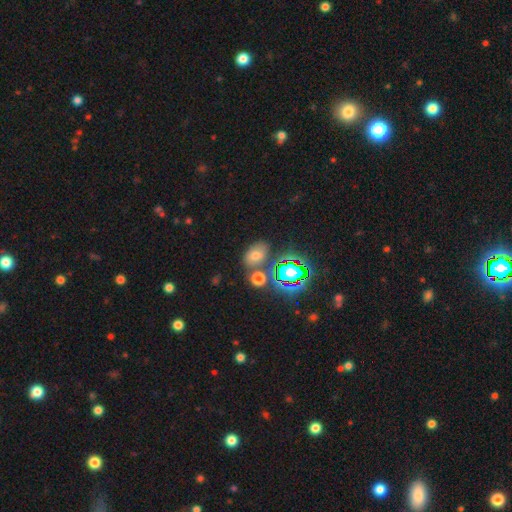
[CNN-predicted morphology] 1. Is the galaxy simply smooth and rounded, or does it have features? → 57% smooth, 31% star or artifact, 13% featured or disk.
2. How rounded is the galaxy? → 78% in between, 21% round, 2% cigar-shaped.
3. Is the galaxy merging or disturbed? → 69% none, 13% minor disturbance, 13% merger, 5% major disturbance.